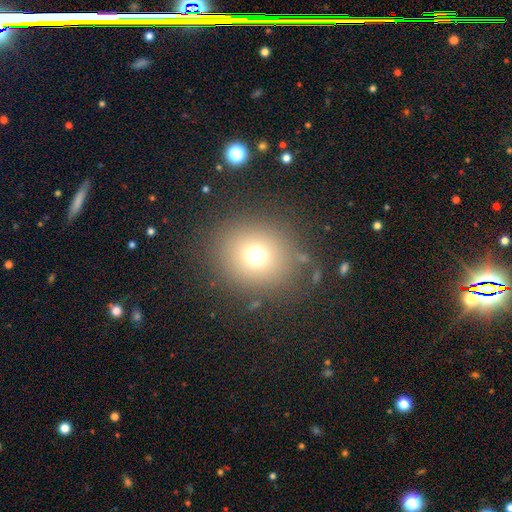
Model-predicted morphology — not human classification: Smooth or featured?
  - smooth: 69% *
  - star or artifact: 20%
  - featured or disk: 11%
How rounded?
  - round: 87% *
  - in between: 12%
  - cigar-shaped: 1%
Merging?
  - none: 83% *
  - minor disturbance: 9%
  - major disturbance: 6%
  - merger: 3%